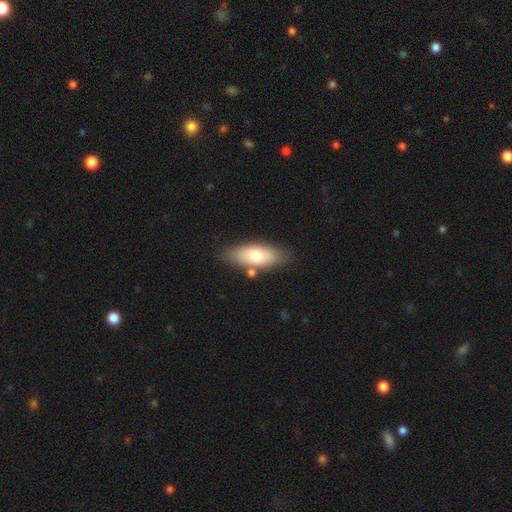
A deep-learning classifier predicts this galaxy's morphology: A smooth galaxy with no disk features (72%) that is in between round and cigar-shaped (76%). Merging: none (77%).